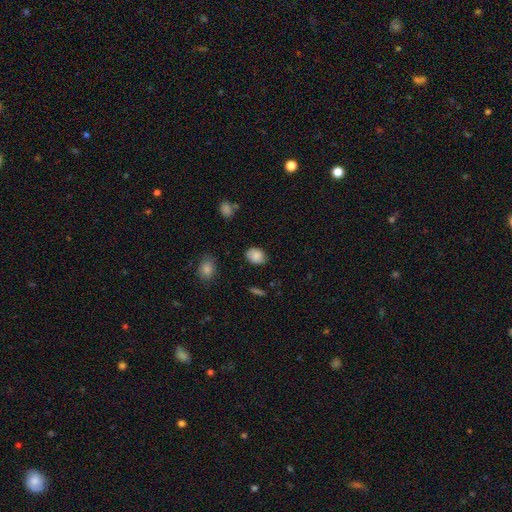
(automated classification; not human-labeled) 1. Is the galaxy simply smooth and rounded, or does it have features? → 84% smooth, 8% star or artifact, 8% featured or disk.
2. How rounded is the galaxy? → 64% in between, 35% round, 1% cigar-shaped.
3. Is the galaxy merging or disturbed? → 81% none, 15% minor disturbance, 3% major disturbance, 2% merger.